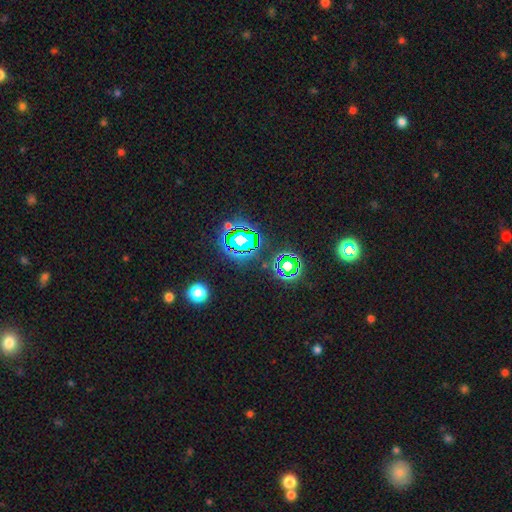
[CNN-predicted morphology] This is likely a star or artifact rather than a galaxy (79%).